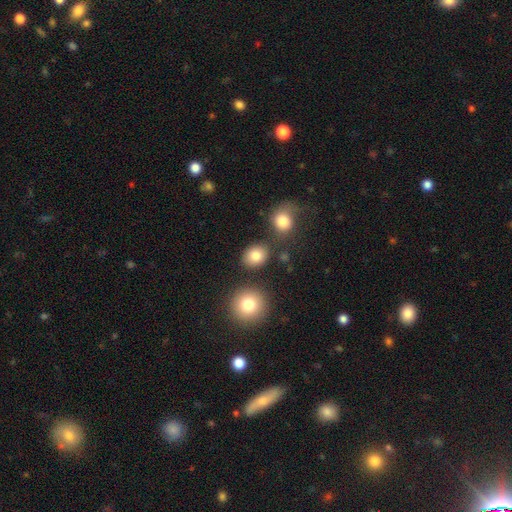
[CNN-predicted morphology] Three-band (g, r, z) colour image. It shows a smooth galaxy with no disk features (82%) that is round (57%). Merging: none (80%).